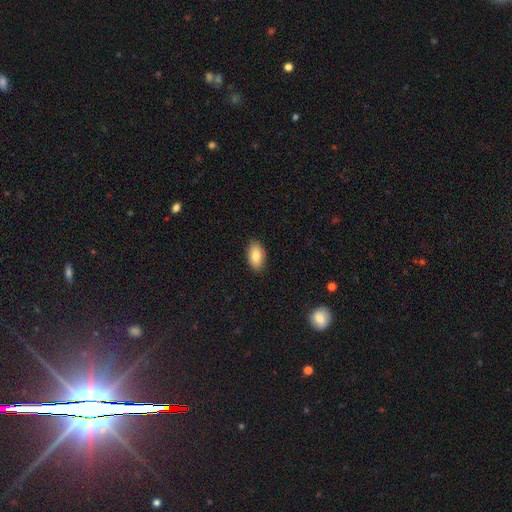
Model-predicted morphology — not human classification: Smooth or featured?
  - smooth: 84% *
  - featured or disk: 9%
  - star or artifact: 7%
How rounded?
  - in between: 93% *
  - round: 5%
  - cigar-shaped: 2%
Merging?
  - none: 87% *
  - minor disturbance: 10%
  - major disturbance: 2%
  - merger: 1%